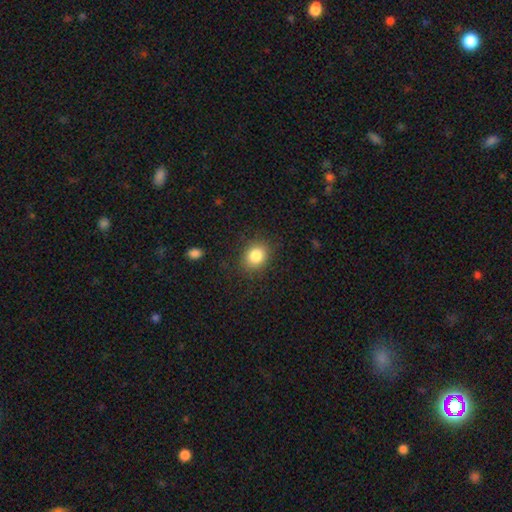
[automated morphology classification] type=smooth (84%); roundness=round (56%); merging=none (85%).